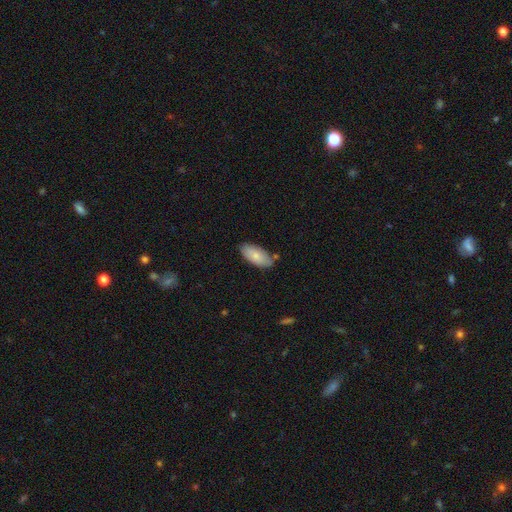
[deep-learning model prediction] Morphology: type=smooth (80%); roundness=in between (91%); merging=none (77%).